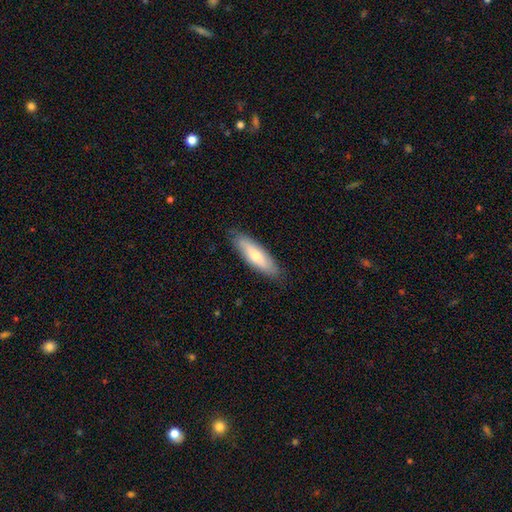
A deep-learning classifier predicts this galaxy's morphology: A smooth galaxy with no disk features (66%) that is cigar-shaped (59%). Merging: none (84%).